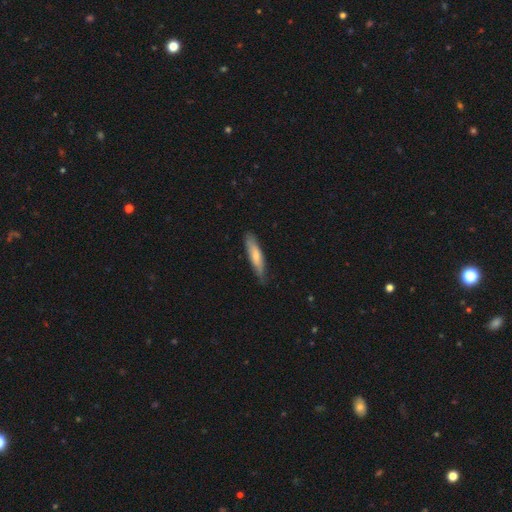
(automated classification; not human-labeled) Smooth or featured?
  - smooth: 61% *
  - featured or disk: 34%
  - star or artifact: 5%
How rounded?
  - cigar-shaped: 74% *
  - in between: 24%
  - round: 2%
Merging?
  - none: 74% *
  - minor disturbance: 21%
  - major disturbance: 3%
  - merger: 1%